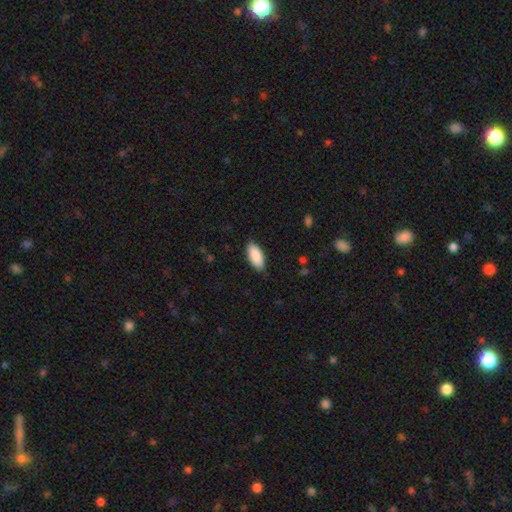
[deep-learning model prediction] smooth_or_featured: smooth (p=0.90) [alt: star or artifact p=0.05]
how_rounded: in between (p=0.90) [alt: cigar-shaped p=0.08]
merging: none (p=0.86) [alt: minor disturbance p=0.11]